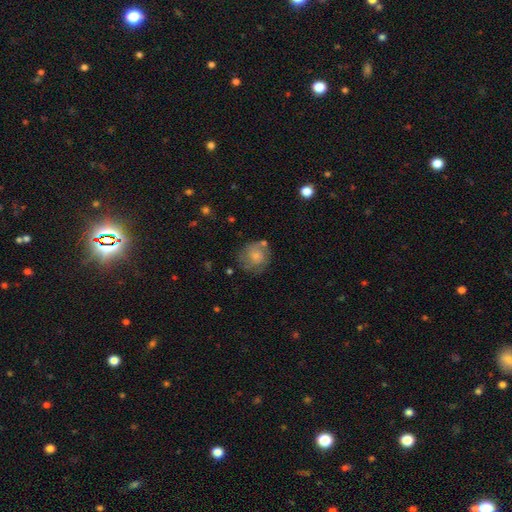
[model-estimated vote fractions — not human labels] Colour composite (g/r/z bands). It shows a smooth galaxy with no disk features (53%) that is round (85%). Merging: none (63%).